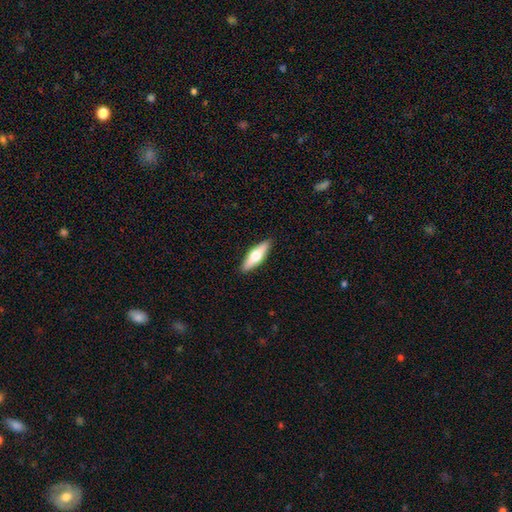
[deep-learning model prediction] Smooth or featured? Predicted: smooth (p=0.50). Merging? Predicted: none (p=0.91).